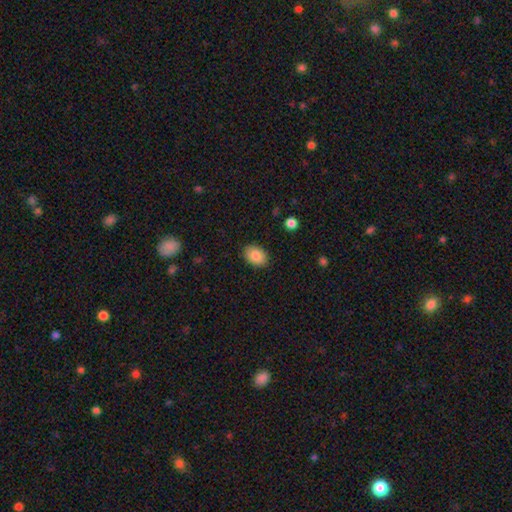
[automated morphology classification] The model was most divided on "how rounded": in between: 77%, round: 22%, cigar-shaped: 1%. More confident: merging — none (89%); smooth or featured — smooth (86%).